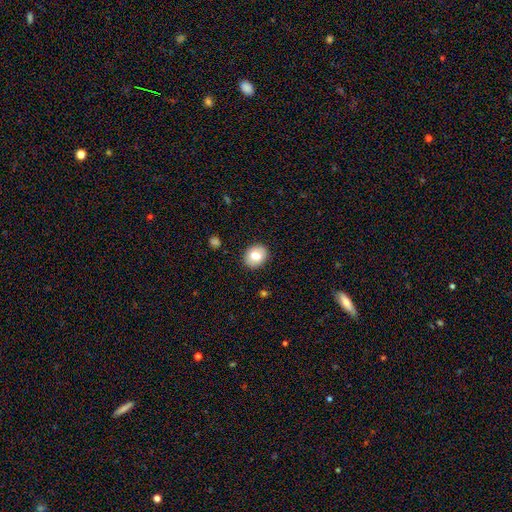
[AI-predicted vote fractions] Q: Smooth or featured?
A: smooth (78%); runner-up: featured or disk (13%)
Q: How rounded?
A: round (61%); runner-up: in between (38%)
Q: Merging?
A: none (90%); runner-up: minor disturbance (7%)